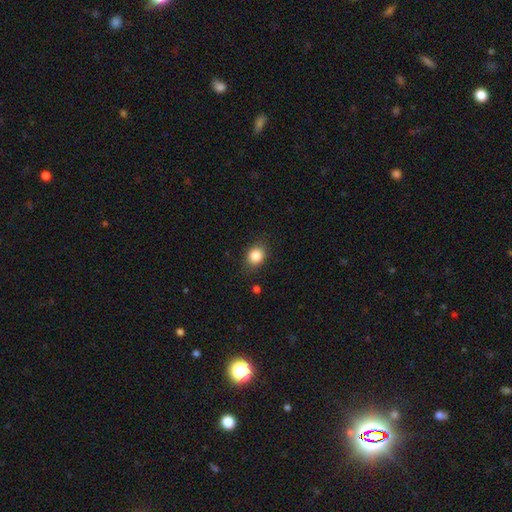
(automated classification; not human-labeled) Overall: smooth (85%). How rounded: round (57%; in between 42%). Merging: none (82%).